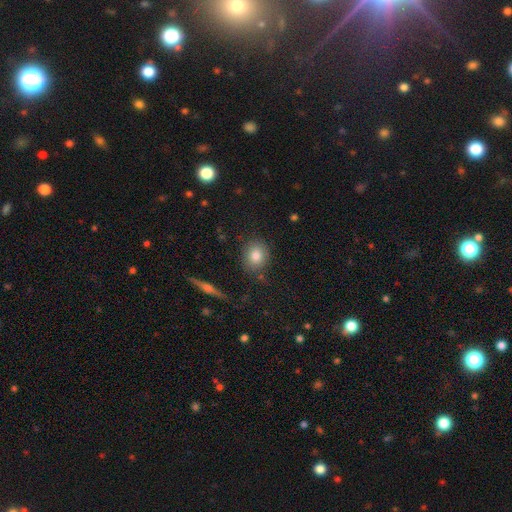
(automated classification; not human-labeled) Smooth or featured? Predicted: smooth (p=0.81). How rounded? Predicted: round (p=0.62). Merging? Predicted: none (p=0.82).